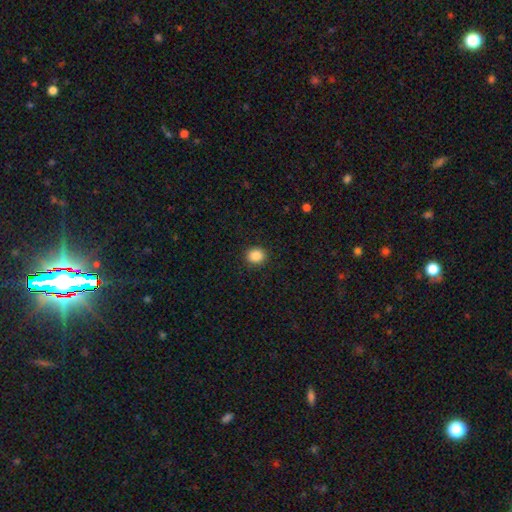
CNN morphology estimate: Smooth or featured: smooth — 88% (star or artifact — 9%)
How rounded: round — 78% (in between — 21%)
Merging: none — 91% (minor disturbance — 6%)